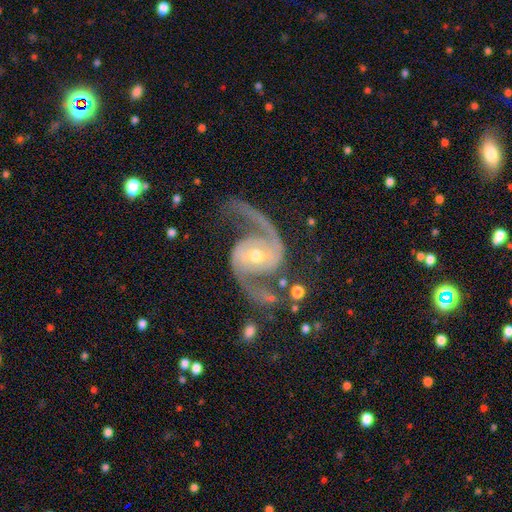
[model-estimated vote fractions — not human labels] Overall: featured or disk (93%). Edge-on disk: no (98%). Bar: no (43%; weak 35%). Spiral arms: yes (98%). Spiral arm count: 2 (95%). Spiral winding: medium (50%; loose 40%). Bulge size: moderate (52%; small 43%). Merging: none (73%).